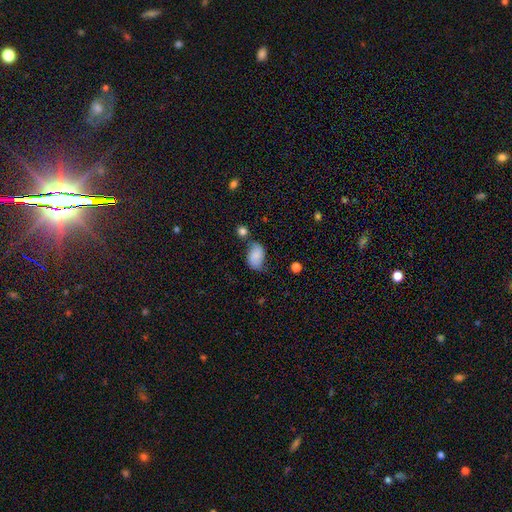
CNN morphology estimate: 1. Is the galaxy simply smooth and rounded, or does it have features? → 79% smooth, 13% featured or disk, 8% star or artifact.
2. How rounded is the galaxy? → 90% in between, 8% round, 2% cigar-shaped.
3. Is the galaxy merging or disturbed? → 53% none, 28% minor disturbance, 11% merger, 8% major disturbance.